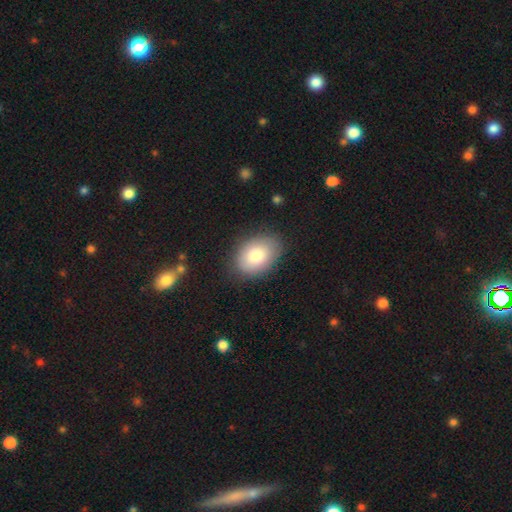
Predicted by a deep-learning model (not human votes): Overall: smooth (81%). How rounded: in between (82%). Merging: none (84%).